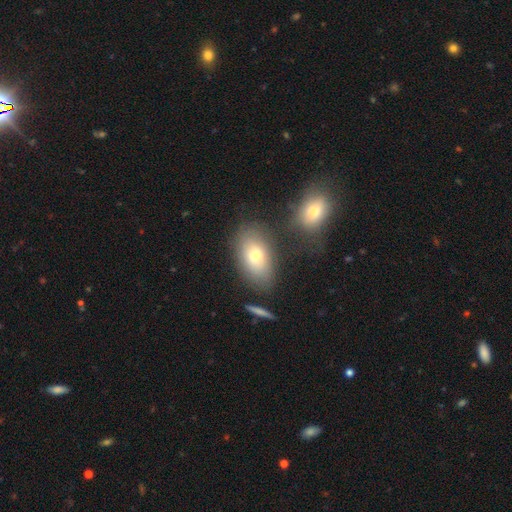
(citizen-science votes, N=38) Smooth or featured? smooth (68%)
How rounded? in between (88%)
Merging? none (56%)